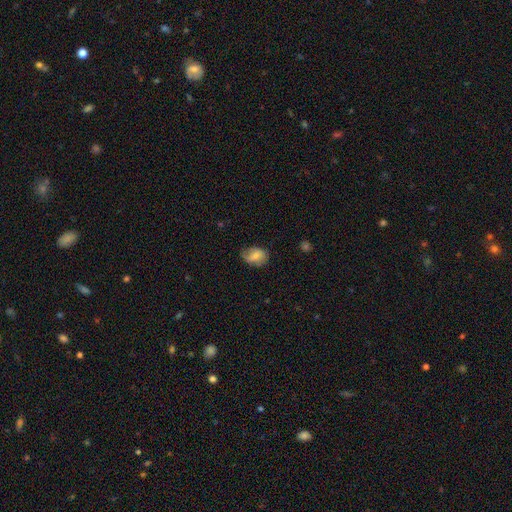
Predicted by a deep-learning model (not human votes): Smooth or featured: smooth — 71% (featured or disk — 20%)
How rounded: in between — 73% (round — 26%)
Merging: none — 56% (minor disturbance — 32%)